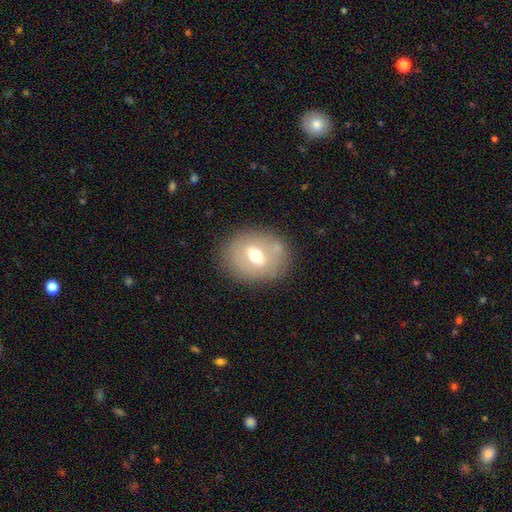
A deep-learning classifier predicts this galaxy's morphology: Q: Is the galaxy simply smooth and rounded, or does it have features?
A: smooth — 49%.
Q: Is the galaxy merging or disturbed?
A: none — 78%.